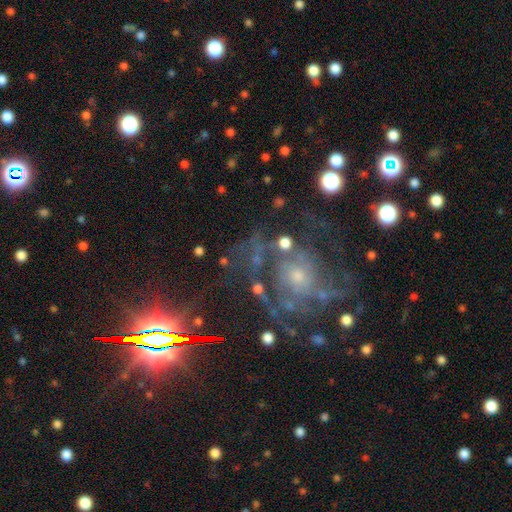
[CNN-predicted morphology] This is likely a featured or disk galaxy (68%). It is clearly not viewed edge-on (97%). Bar: likely no (77%). Spiral arm pattern: clearly yes (84%). Spiral arm count: marginally can't tell (40%). Spiral winding: marginally tight (45%). Central bulge: possibly small (49%). Merging: possibly none (58%).